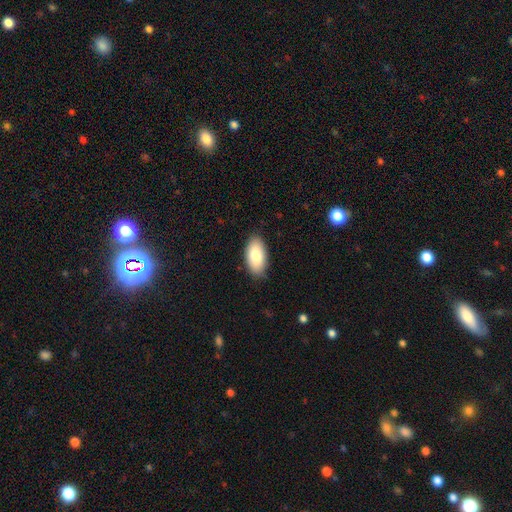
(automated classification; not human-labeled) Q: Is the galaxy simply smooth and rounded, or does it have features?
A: smooth — 84%.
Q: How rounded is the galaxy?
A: in between — 95%.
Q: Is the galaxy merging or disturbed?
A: none — 86%.